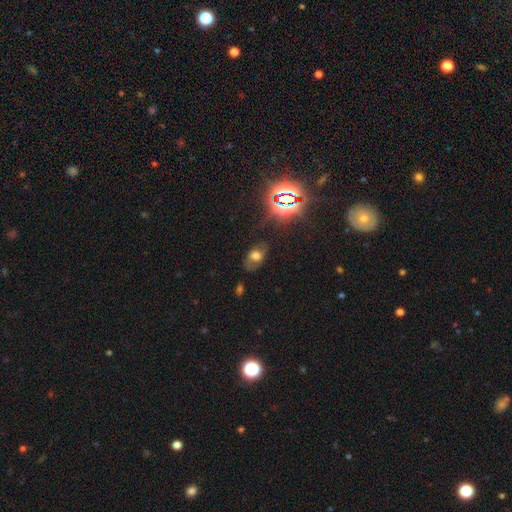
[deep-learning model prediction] Smooth or featured?
  - smooth: 51% *
  - featured or disk: 25%
  - star or artifact: 24%
How rounded?
  - in between: 84% *
  - round: 14%
  - cigar-shaped: 2%
Merging?
  - none: 65% *
  - minor disturbance: 22%
  - major disturbance: 10%
  - merger: 2%